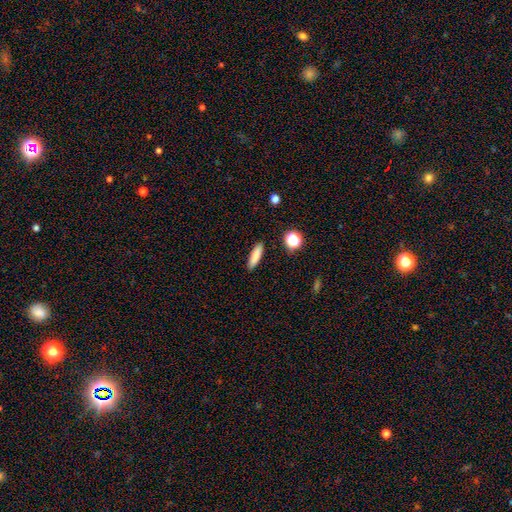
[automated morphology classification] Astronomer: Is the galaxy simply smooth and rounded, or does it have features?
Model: smooth — 84%.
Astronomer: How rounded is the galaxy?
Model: cigar-shaped — 69%.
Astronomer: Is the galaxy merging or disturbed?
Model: none — 90%.